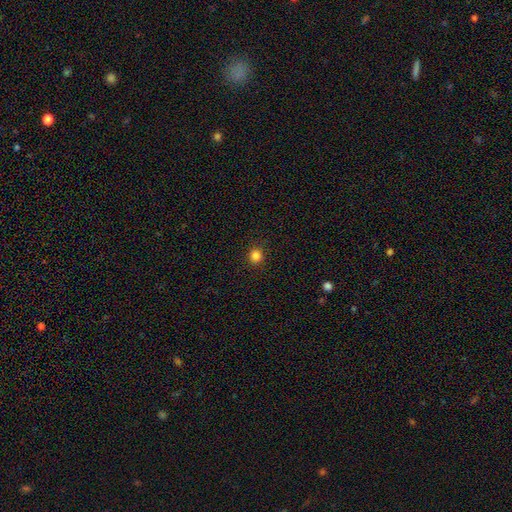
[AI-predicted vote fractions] smooth-or-featured: smooth: 84% | star or artifact: 13% | featured or disk: 4%
  how-rounded: round: 88% | in between: 11% | cigar-shaped: 1%
  merging: none: 91% | minor disturbance: 6% | major disturbance: 2% | merger: 1%